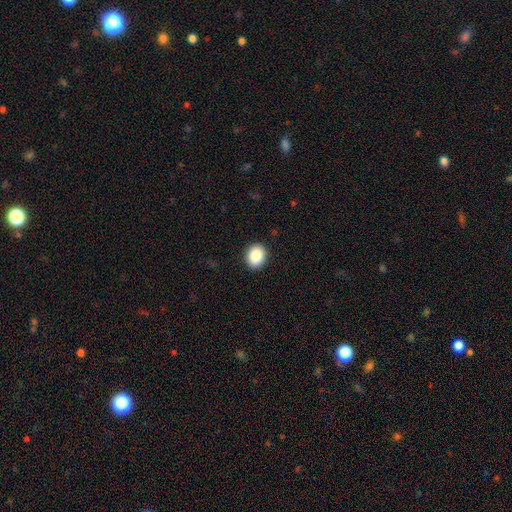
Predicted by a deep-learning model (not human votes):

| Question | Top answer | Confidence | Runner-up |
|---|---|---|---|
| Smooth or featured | smooth | 88% | star or artifact (8%) |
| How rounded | round | 55% | in between (44%) |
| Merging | none | 91% | minor disturbance (6%) |